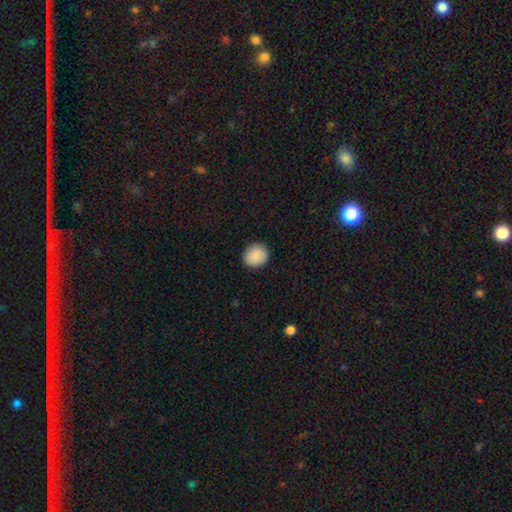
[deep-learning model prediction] A smooth galaxy with no disk features (88%) that is round (84%).

Vote fractions:
- Smooth or featured? smooth: 88% / star or artifact: 7% / featured or disk: 5%
- How rounded? round: 84% / in between: 15% / cigar-shaped: 1%
- Merging? none: 89% / minor disturbance: 8% / major disturbance: 2% / merger: 1%